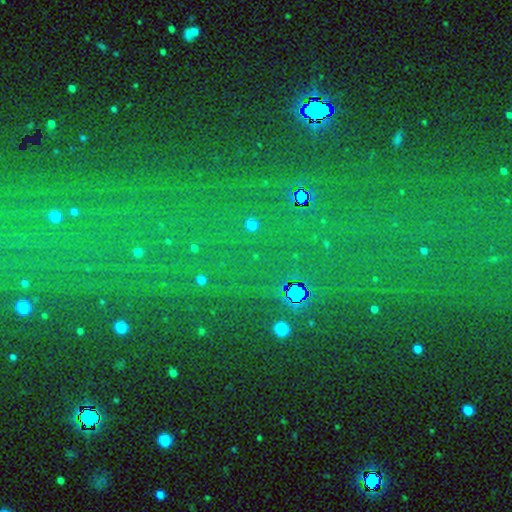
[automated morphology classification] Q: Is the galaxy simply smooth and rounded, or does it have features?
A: star or artifact — 80%.